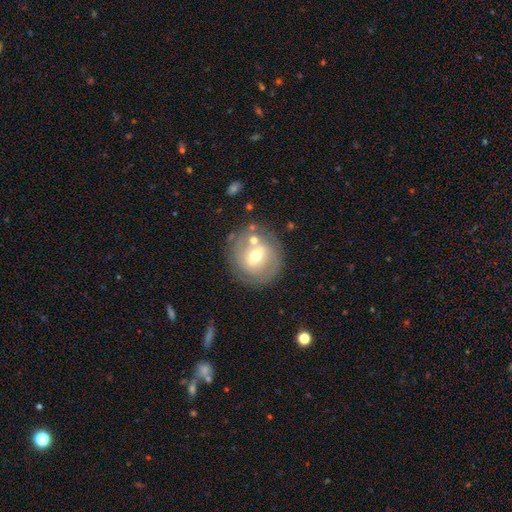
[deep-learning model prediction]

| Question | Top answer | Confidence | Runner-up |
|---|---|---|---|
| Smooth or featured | featured or disk | 59% | smooth (33%) |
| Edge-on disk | no | 94% | yes (6%) |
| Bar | weak | 49% | strong (26%) |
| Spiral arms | yes | 52% | no (48%) |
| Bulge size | moderate | 71% | small (19%) |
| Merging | none | 72% | minor disturbance (14%) |